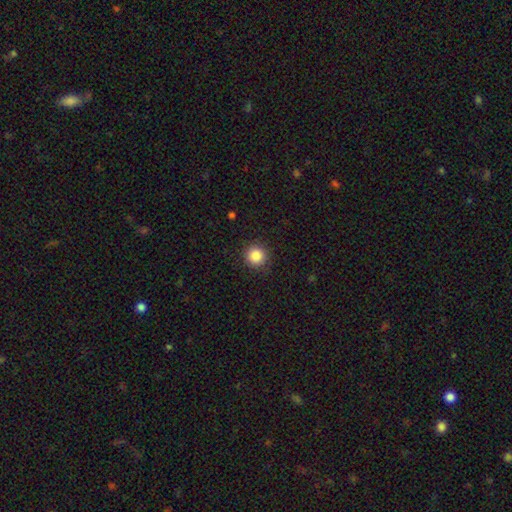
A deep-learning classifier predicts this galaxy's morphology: type=smooth (86%); roundness=round (94%); merging=none (89%).